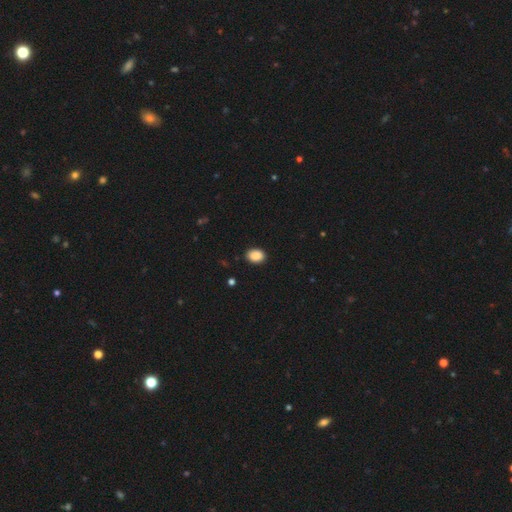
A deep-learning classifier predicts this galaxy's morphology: Overall: smooth (89%). How rounded: in between (71%). Merging: none (90%).